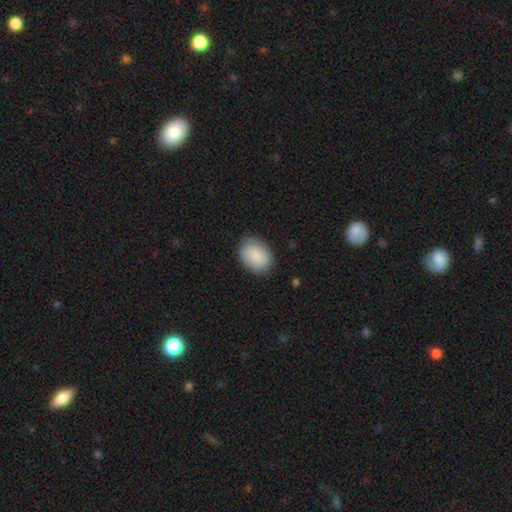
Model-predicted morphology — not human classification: Q: Smooth or featured?
A: smooth (87%); runner-up: featured or disk (7%)
Q: How rounded?
A: in between (70%); runner-up: round (29%)
Q: Merging?
A: none (84%); runner-up: minor disturbance (12%)